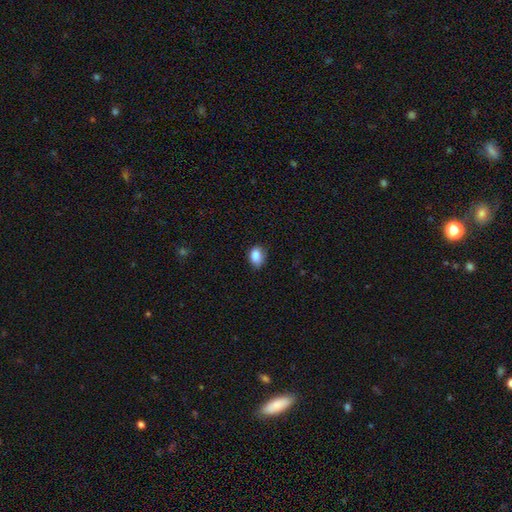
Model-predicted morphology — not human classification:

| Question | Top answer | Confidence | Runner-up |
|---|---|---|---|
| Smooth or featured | smooth | 86% | star or artifact (9%) |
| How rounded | in between | 75% | round (24%) |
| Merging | none | 72% | minor disturbance (23%) |